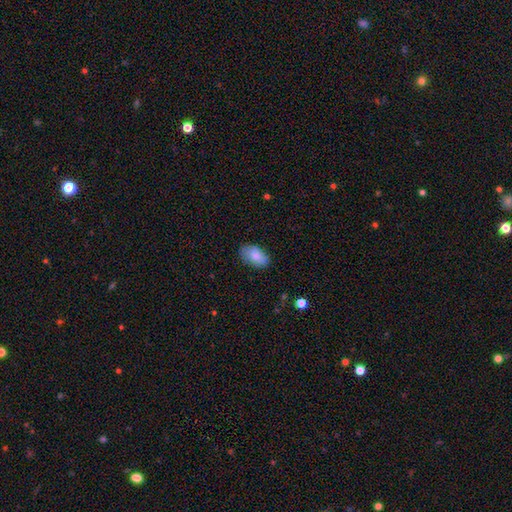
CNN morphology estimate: This appears to be a smooth galaxy with no disk features (82%) that is in between round and cigar-shaped (93%). Merging: none (80%).